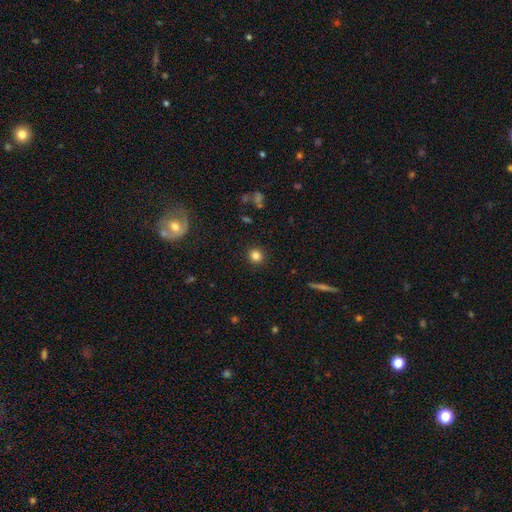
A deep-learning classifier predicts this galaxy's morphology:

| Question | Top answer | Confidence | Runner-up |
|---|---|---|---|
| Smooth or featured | smooth | 83% | star or artifact (12%) |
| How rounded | round | 92% | in between (7%) |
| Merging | none | 91% | minor disturbance (6%) |